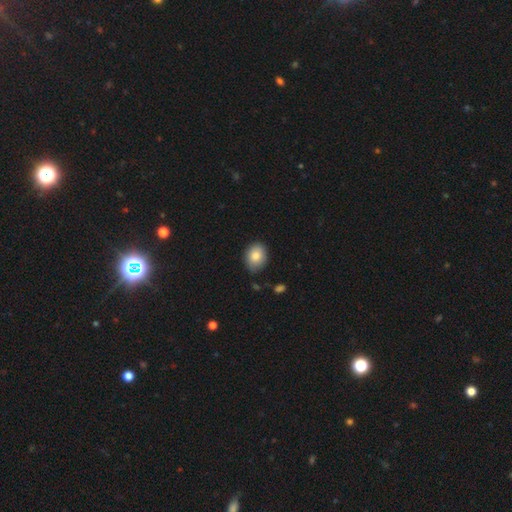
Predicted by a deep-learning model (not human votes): The model was most divided on "how rounded": in between: 58%, round: 41%, cigar-shaped: 1%. More confident: smooth or featured — smooth (84%); merging — none (79%).